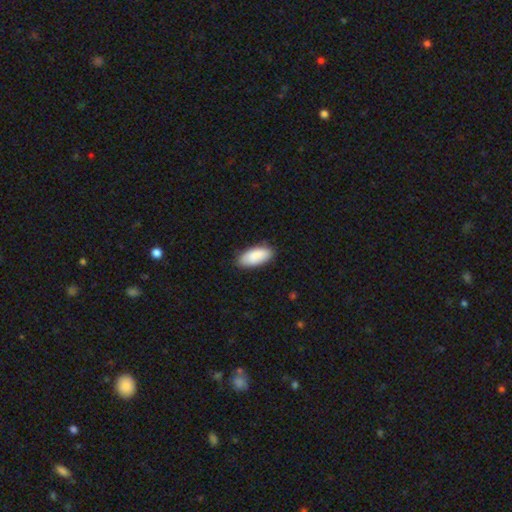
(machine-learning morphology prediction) The model was most divided on "merging": none: 84%, minor disturbance: 13%, major disturbance: 2%, merger: 1%. More confident: how rounded — in between (90%); smooth or featured — smooth (89%).